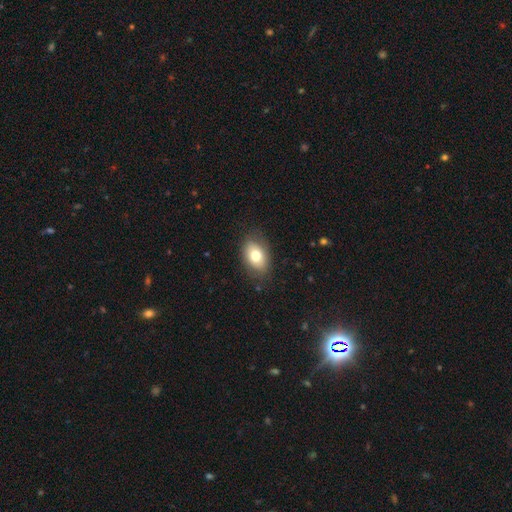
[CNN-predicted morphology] This is likely a smooth galaxy (75%). How rounded: clearly in between (83%). Merging: clearly none (81%).